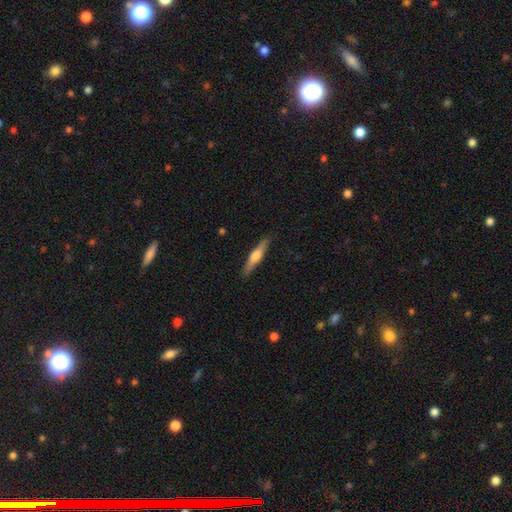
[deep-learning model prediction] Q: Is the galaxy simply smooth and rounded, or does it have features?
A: smooth — 49%.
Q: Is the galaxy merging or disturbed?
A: none — 89%.